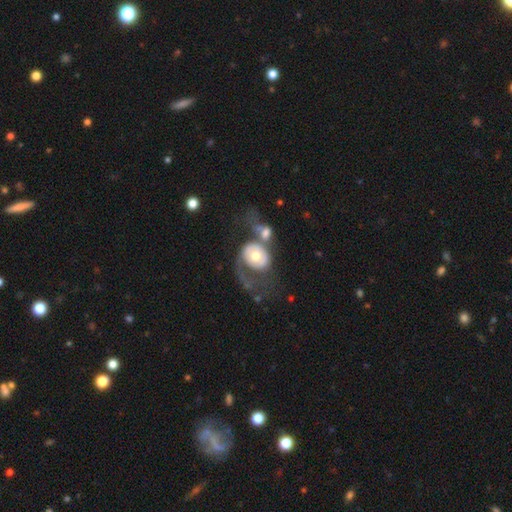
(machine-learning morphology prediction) Overall: featured or disk (60%; smooth 35%). Edge-on disk: no (96%). Bar: no (83%). Spiral arms: yes (51%; no 49%). Bulge size: moderate (68%). Merging: merger (41%; major disturbance 30%).